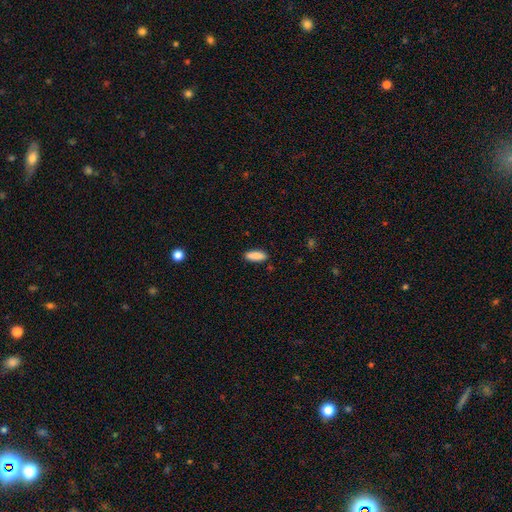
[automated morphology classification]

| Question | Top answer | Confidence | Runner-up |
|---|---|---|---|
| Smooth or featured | smooth | 89% | star or artifact (6%) |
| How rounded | in between | 68% | cigar-shaped (30%) |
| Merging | none | 88% | minor disturbance (9%) |